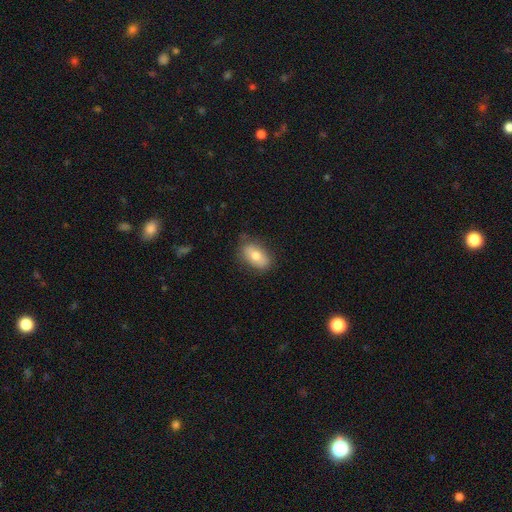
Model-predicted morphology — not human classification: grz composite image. It shows a smooth galaxy with no disk features (73%) that is in between round and cigar-shaped (89%). Merging: none (79%).